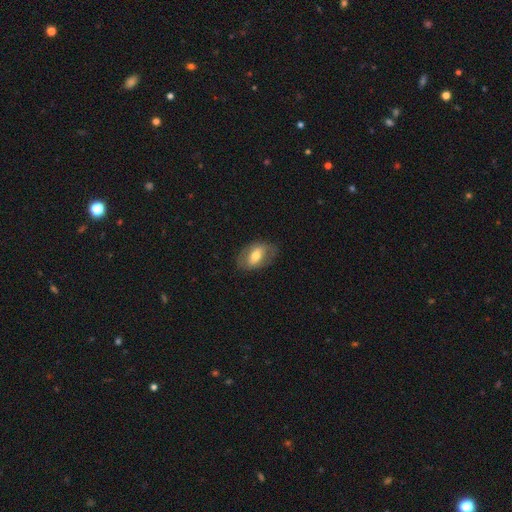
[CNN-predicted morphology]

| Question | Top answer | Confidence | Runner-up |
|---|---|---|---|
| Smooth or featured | smooth | 51% | featured or disk (42%) |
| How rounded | in between | 86% | round (12%) |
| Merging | none | 77% | minor disturbance (16%) |